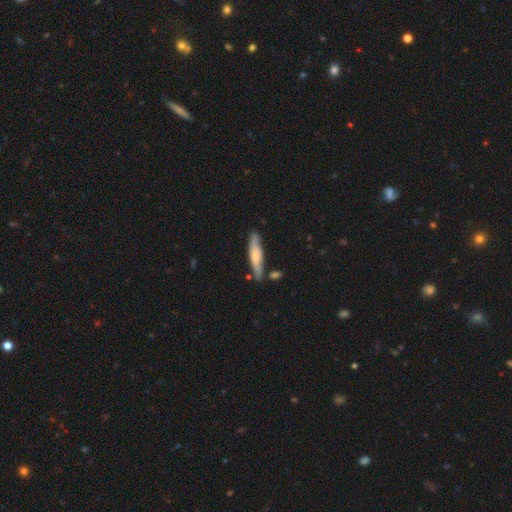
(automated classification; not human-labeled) smooth_or_featured: smooth (p=0.56) [alt: featured or disk p=0.39]
how_rounded: cigar-shaped (p=0.83) [alt: in between p=0.16]
merging: none (p=0.77) [alt: minor disturbance p=0.15]